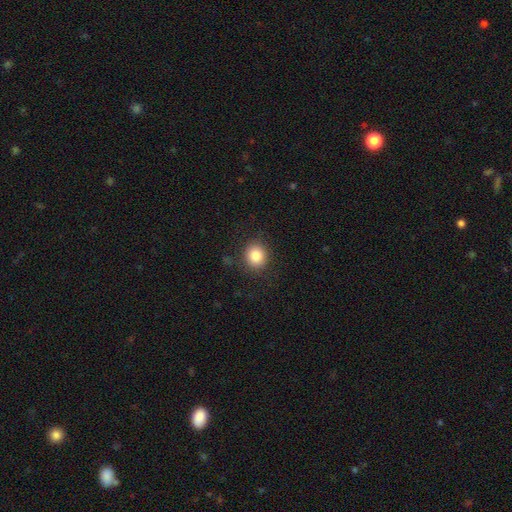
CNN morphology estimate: A smooth galaxy with no disk features (84%) that is round (79%). Merging: none (88%).